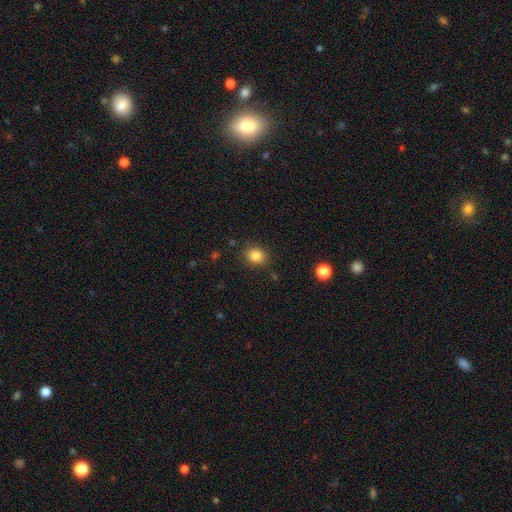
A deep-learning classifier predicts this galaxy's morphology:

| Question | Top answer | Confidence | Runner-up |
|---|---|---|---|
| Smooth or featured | smooth | 84% | star or artifact (11%) |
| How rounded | round | 75% | in between (24%) |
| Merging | none | 87% | minor disturbance (9%) |